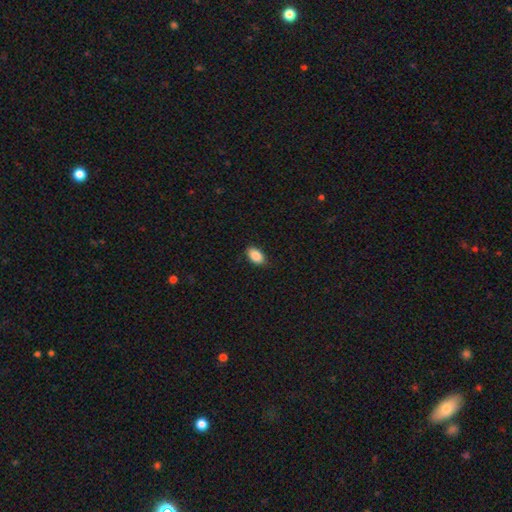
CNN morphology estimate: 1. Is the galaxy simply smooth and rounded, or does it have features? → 89% smooth, 7% star or artifact, 4% featured or disk.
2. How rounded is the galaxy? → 91% in between, 7% round, 2% cigar-shaped.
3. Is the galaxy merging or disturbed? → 84% none, 13% minor disturbance, 2% major disturbance, 1% merger.